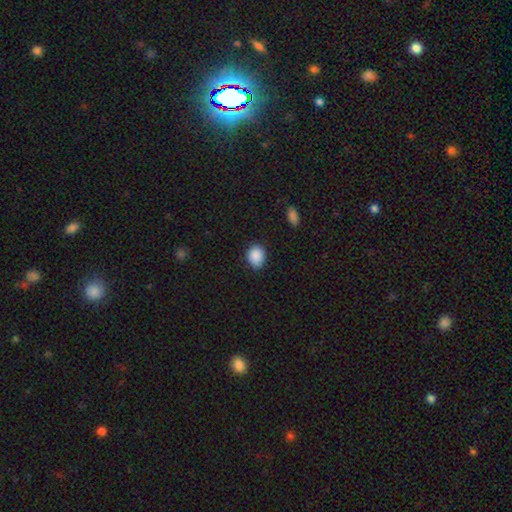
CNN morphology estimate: smooth_or_featured: smooth (p=0.89) [alt: star or artifact p=0.08]
how_rounded: round (p=0.58) [alt: in between p=0.41]
merging: none (p=0.83) [alt: minor disturbance p=0.13]